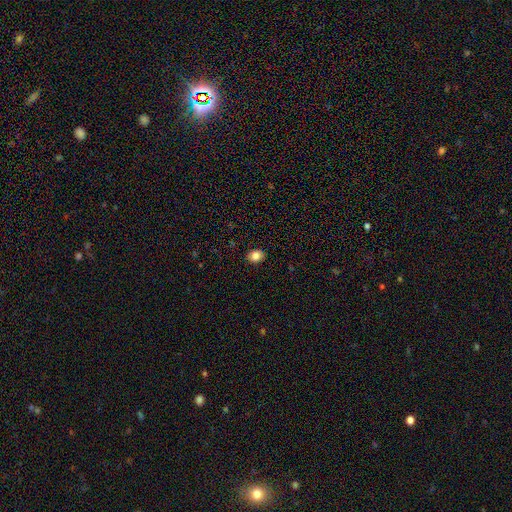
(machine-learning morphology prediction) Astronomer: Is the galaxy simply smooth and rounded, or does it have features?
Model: smooth — 84%.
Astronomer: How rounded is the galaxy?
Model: in between — 50% (runner-up: round, 49%).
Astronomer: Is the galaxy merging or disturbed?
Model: none — 90%.